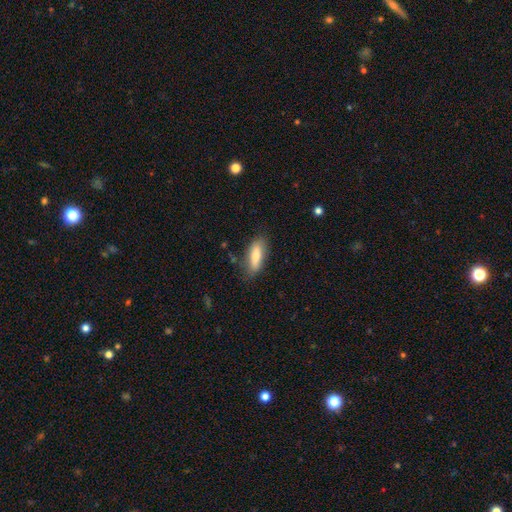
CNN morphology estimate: A smooth galaxy with no disk features (71%) that is in between round and cigar-shaped (65%).

Vote fractions:
- Smooth or featured? smooth: 71% / featured or disk: 22% / star or artifact: 6%
- How rounded? in between: 65% / cigar-shaped: 33% / round: 2%
- Merging? none: 78% / minor disturbance: 16% / major disturbance: 4% / merger: 2%